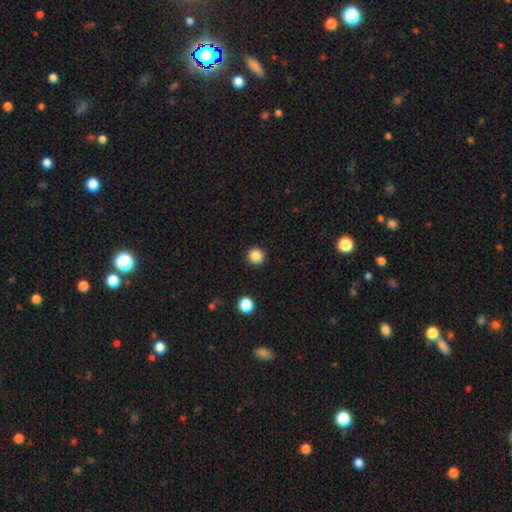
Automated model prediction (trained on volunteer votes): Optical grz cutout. It shows a smooth galaxy with no disk features (86%) that is round (95%). Merging: none (93%).